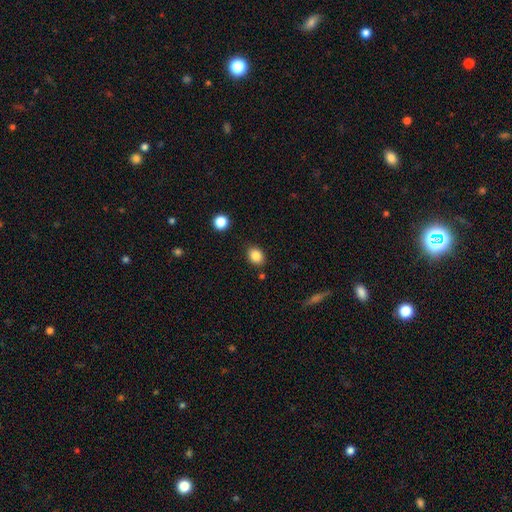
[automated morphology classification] The model was most divided on "how rounded": in between: 54%, round: 45%, cigar-shaped: 1%. More confident: smooth or featured — smooth (85%); merging — none (85%).